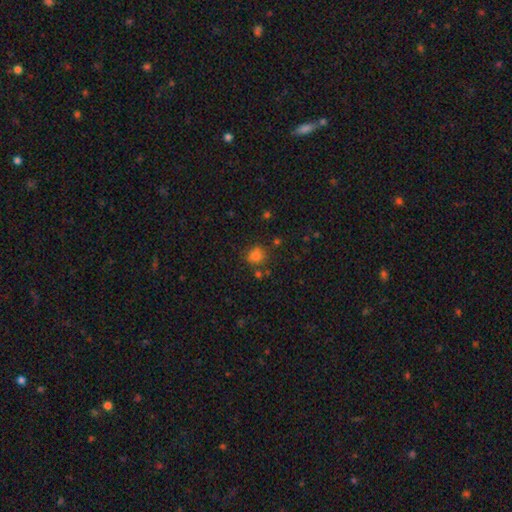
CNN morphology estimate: Smooth or featured? Predicted: smooth (p=0.79). How rounded? Predicted: round (p=0.83). Merging? Predicted: none (p=0.74).